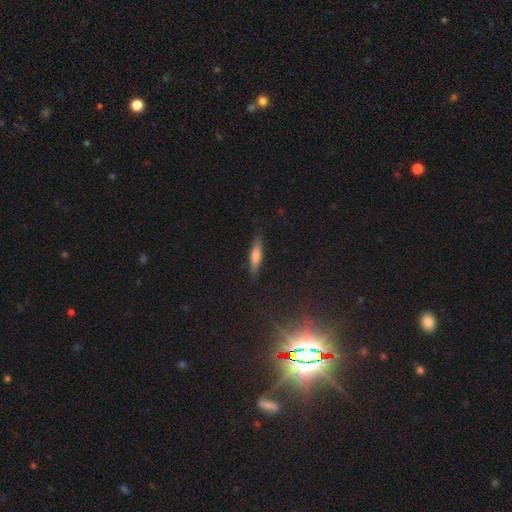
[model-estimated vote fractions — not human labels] smooth-or-featured: smooth: 61% | featured or disk: 32% | star or artifact: 8%
  how-rounded: cigar-shaped: 79% | in between: 19% | round: 2%
  merging: none: 87% | minor disturbance: 10% | major disturbance: 2% | merger: 1%